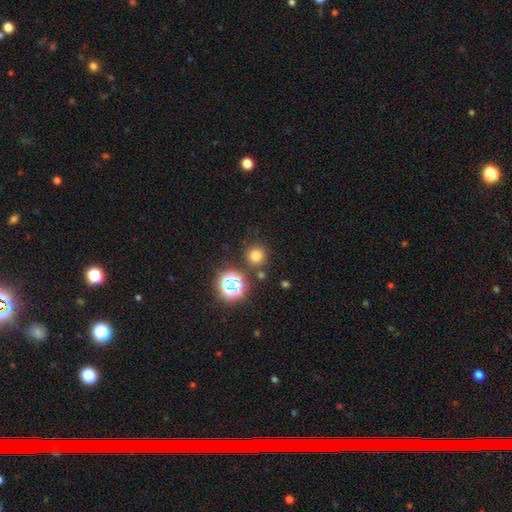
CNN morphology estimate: The model was most divided on "smooth or featured": smooth: 72%, star or artifact: 22%, featured or disk: 7%. More confident: how rounded — round (94%); merging — none (83%).